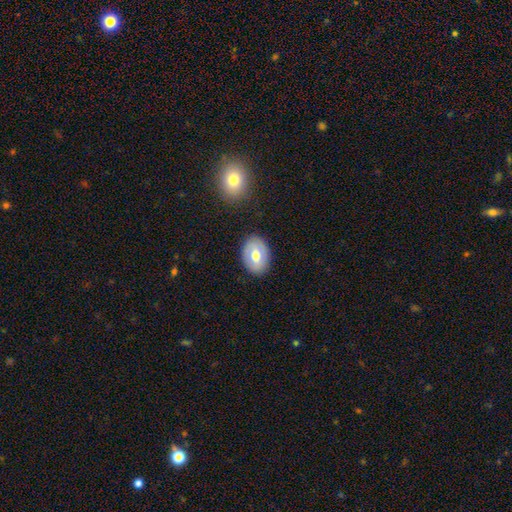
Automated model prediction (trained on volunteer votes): smooth-or-featured: smooth: 61% | featured or disk: 32% | star or artifact: 7%
  how-rounded: in between: 78% | round: 21% | cigar-shaped: 1%
  merging: none: 86% | minor disturbance: 10% | major disturbance: 3% | merger: 2%